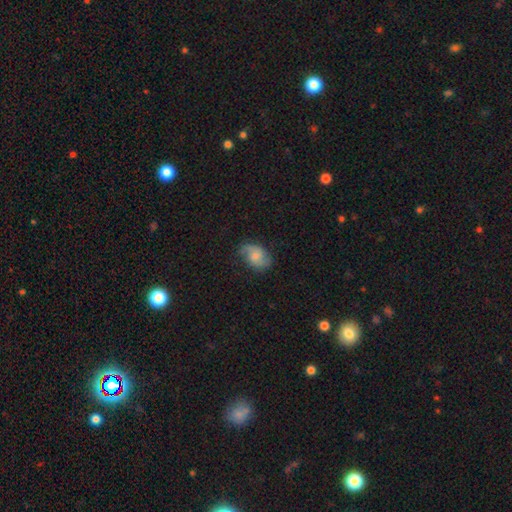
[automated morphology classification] A featured or disk galaxy (49%). Merging: none (68%).